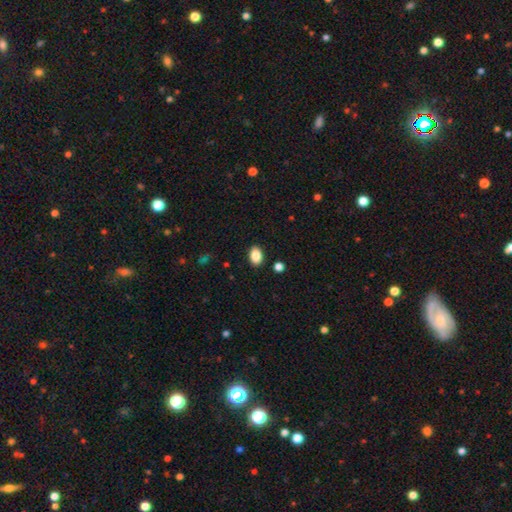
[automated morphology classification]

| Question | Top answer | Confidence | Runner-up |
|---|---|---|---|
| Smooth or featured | smooth | 87% | star or artifact (8%) |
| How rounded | in between | 88% | round (11%) |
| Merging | none | 88% | minor disturbance (8%) |